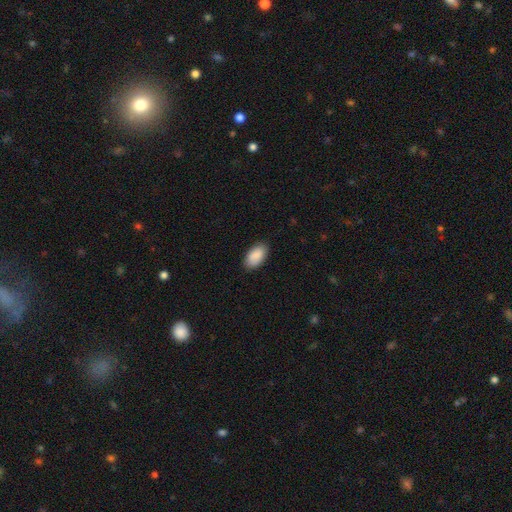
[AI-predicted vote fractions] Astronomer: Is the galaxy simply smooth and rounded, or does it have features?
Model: smooth — 90%.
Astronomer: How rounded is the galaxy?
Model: in between — 95%.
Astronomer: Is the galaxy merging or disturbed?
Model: none — 85%.